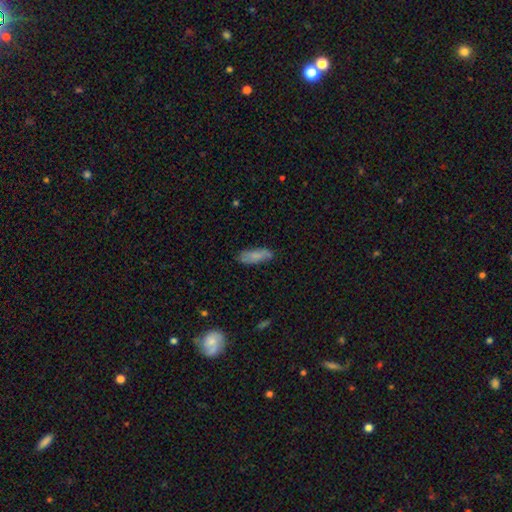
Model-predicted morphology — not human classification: A smooth galaxy with no disk features (75%) that is in between round and cigar-shaped (65%). Merging: none (77%).